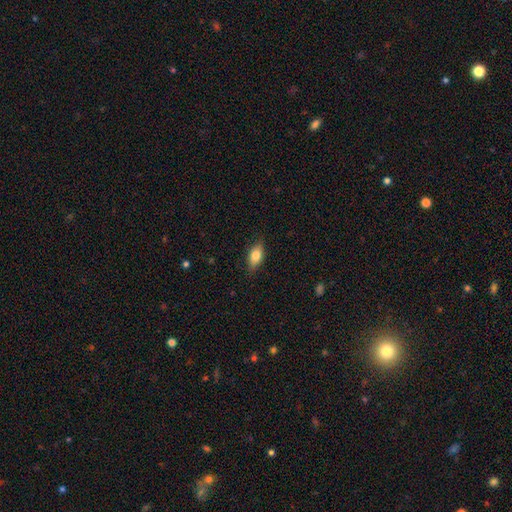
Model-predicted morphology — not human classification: The model was most divided on "smooth or featured": smooth: 77%, featured or disk: 16%, star or artifact: 7%. More confident: how rounded — in between (85%); merging — none (84%).